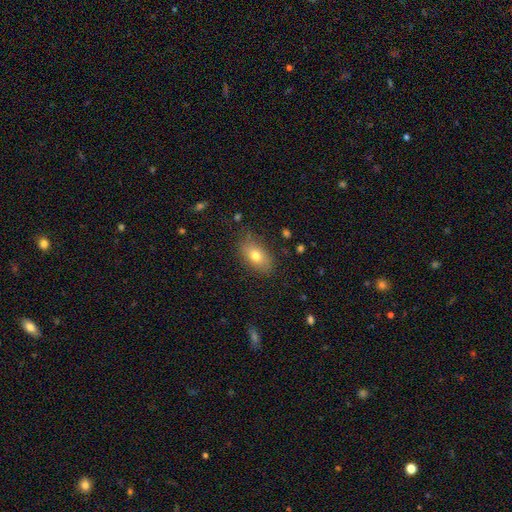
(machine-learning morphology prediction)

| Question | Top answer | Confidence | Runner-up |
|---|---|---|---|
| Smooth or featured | smooth | 74% | featured or disk (17%) |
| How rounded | in between | 87% | round (10%) |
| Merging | none | 81% | minor disturbance (13%) |